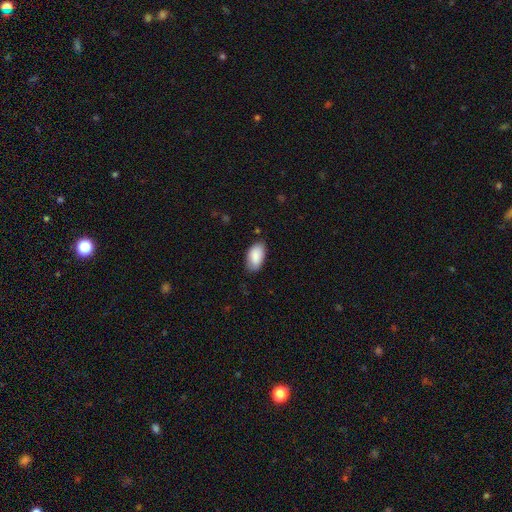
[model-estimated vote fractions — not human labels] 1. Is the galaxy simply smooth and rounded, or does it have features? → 89% smooth, 6% star or artifact, 5% featured or disk.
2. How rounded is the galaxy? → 95% in between, 3% round, 2% cigar-shaped.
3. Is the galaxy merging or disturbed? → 78% none, 18% minor disturbance, 3% major disturbance, 1% merger.